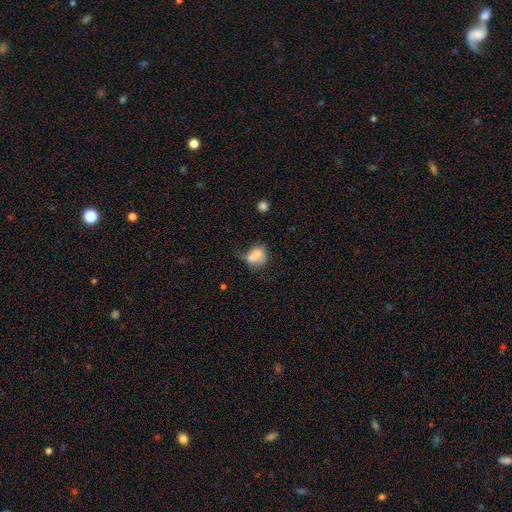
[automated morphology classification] This appears to be a smooth galaxy with no disk features (71%) that is round (56%). Merging: none (37%).